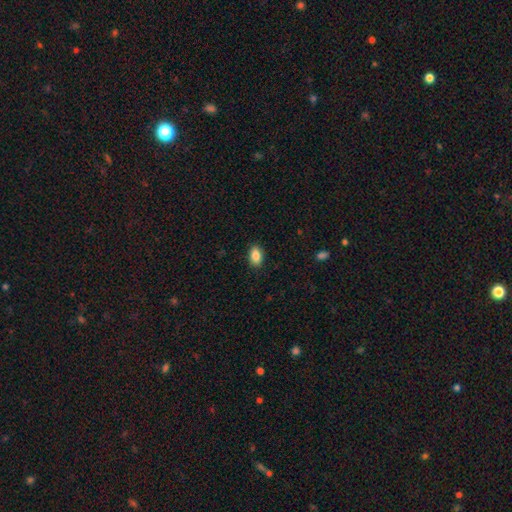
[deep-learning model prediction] smooth-or-featured: smooth: 87% | star or artifact: 8% | featured or disk: 5%
  how-rounded: in between: 88% | round: 10% | cigar-shaped: 2%
  merging: none: 89% | minor disturbance: 8% | major disturbance: 2% | merger: 1%